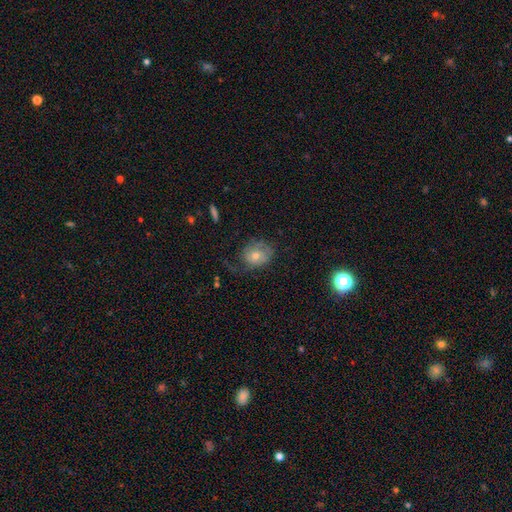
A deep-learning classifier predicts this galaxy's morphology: The model was most divided on "how rounded": round: 52%, in between: 47%, cigar-shaped: 1%. Remaining: smooth or featured — smooth (54%); merging — none (43%).